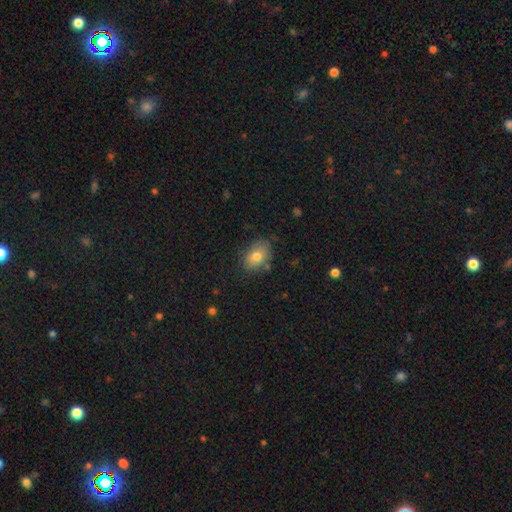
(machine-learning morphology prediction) smooth 76%, featured or disk 14%, star or artifact 10%. Down the decision tree: how rounded — in between (77%); merging — none (78%).